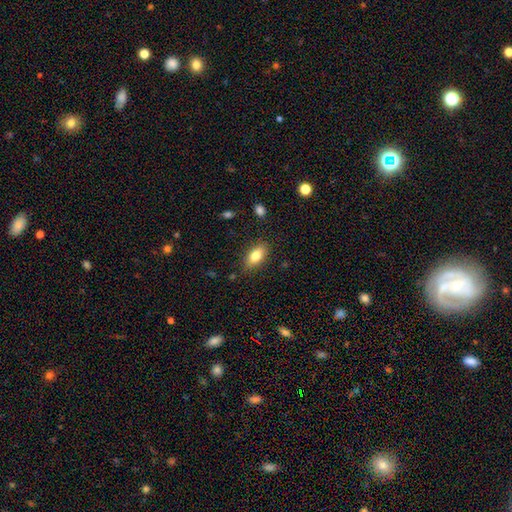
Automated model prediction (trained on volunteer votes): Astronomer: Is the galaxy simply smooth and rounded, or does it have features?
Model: smooth — 81%.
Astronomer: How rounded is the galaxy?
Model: in between — 87%.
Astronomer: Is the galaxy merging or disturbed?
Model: none — 85%.